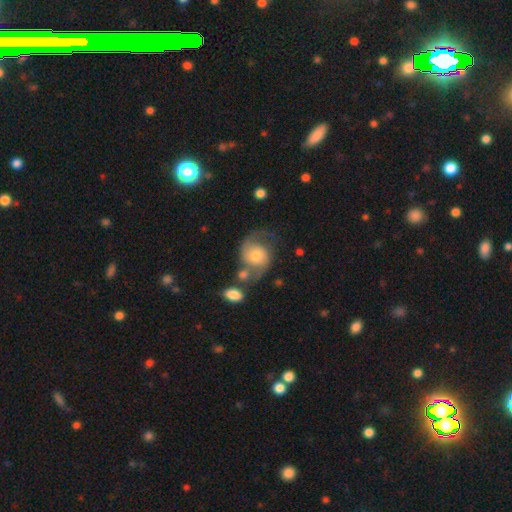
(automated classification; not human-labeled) Smooth or featured: featured or disk — 73% (smooth — 21%)
Edge-on disk: no — 98% (yes — 2%)
Bar: no — 74% (weak — 22%)
Spiral arms: yes — 93% (no — 7%)
Spiral winding: medium — 47% (loose — 37%)
Spiral arm count: 2 — 86% (1 — 7%)
Bulge size: moderate — 51% (small — 33%)
Merging: none — 50% (minor disturbance — 19%)